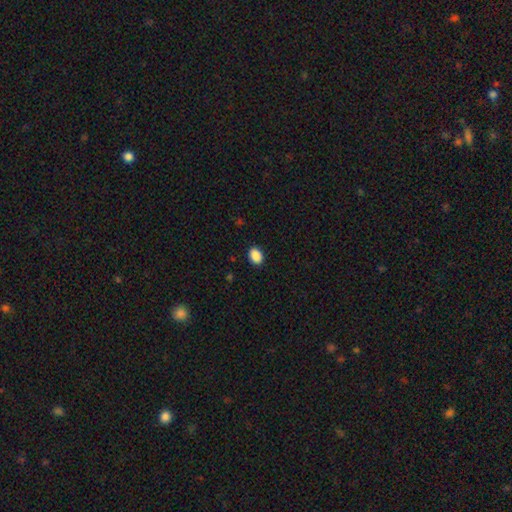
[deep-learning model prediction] Q: Smooth or featured?
A: smooth (89%); runner-up: star or artifact (8%)
Q: How rounded?
A: in between (75%); runner-up: round (24%)
Q: Merging?
A: none (90%); runner-up: minor disturbance (7%)